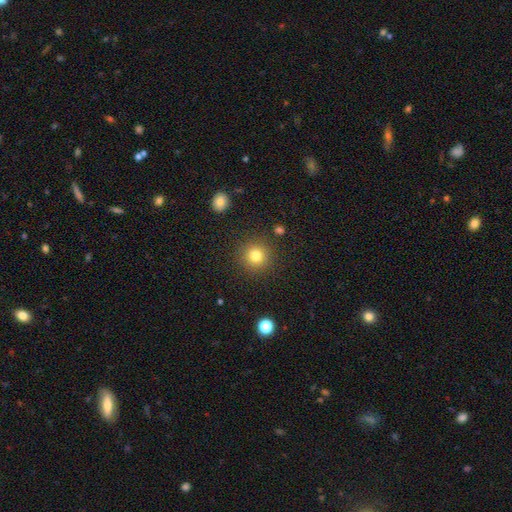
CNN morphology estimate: The model was most divided on "smooth or featured": smooth: 80%, star or artifact: 13%, featured or disk: 7%. More confident: how rounded — round (94%); merging — none (90%).